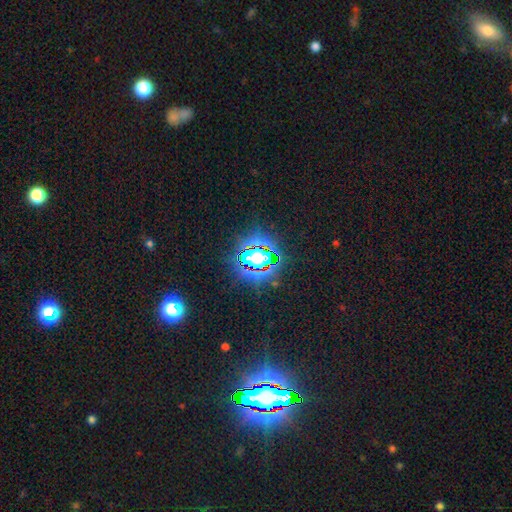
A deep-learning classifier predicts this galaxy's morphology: This is clearly a star or artifact rather than a galaxy (83%).